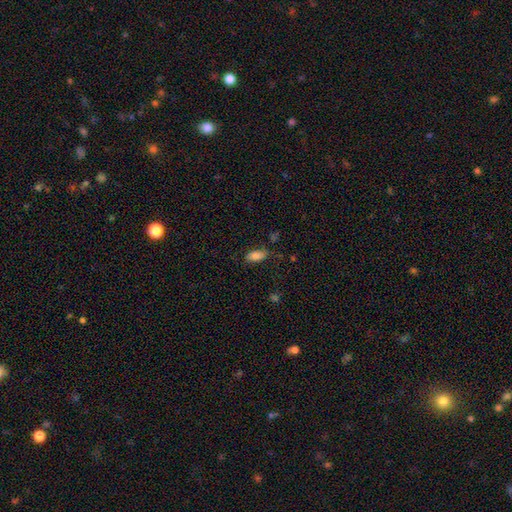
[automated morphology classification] smooth 84%, star or artifact 9%, featured or disk 7%. Down the decision tree: how rounded — in between (89%); merging — none (73%).